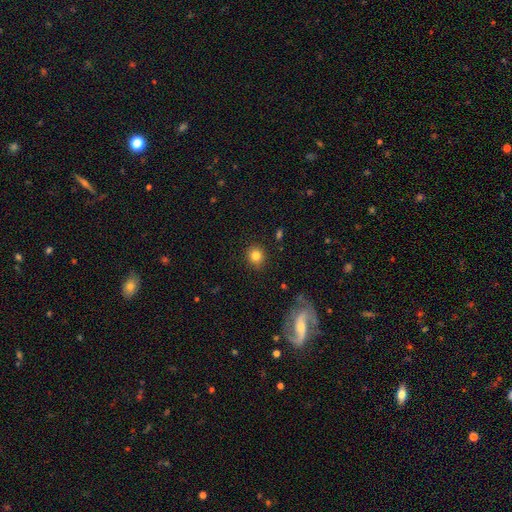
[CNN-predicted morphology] Q: Smooth or featured?
A: smooth (82%); runner-up: star or artifact (11%)
Q: How rounded?
A: round (85%); runner-up: in between (14%)
Q: Merging?
A: none (88%); runner-up: minor disturbance (8%)